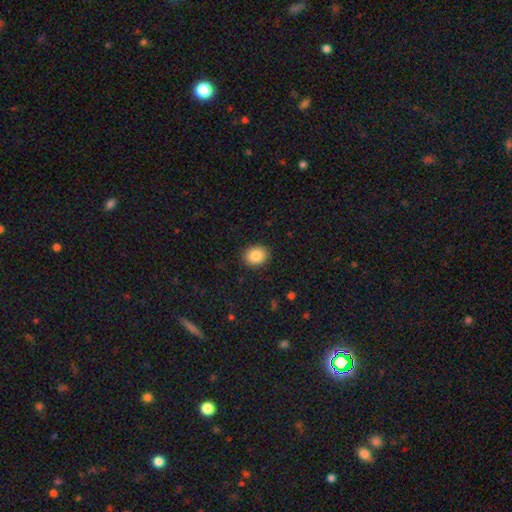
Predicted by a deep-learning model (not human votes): smooth_or_featured: smooth (p=0.86) [alt: star or artifact p=0.09]
how_rounded: round (p=0.54) [alt: in between p=0.45]
merging: none (p=0.90) [alt: minor disturbance p=0.07]